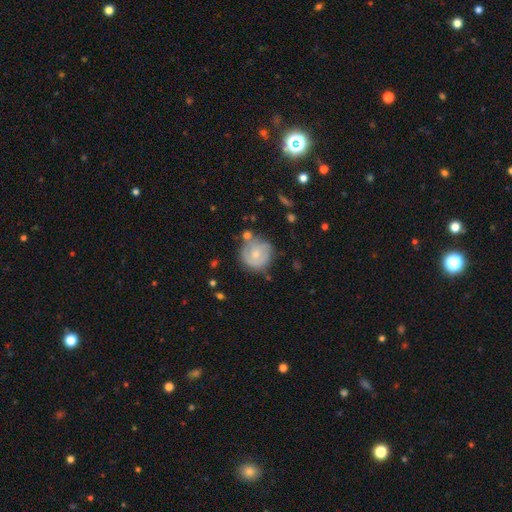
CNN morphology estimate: This appears to be a featured or disk galaxy (52%) with no bar (73%), spiral arms (70%) and a small central bulge (55%). Merging: none (62%).